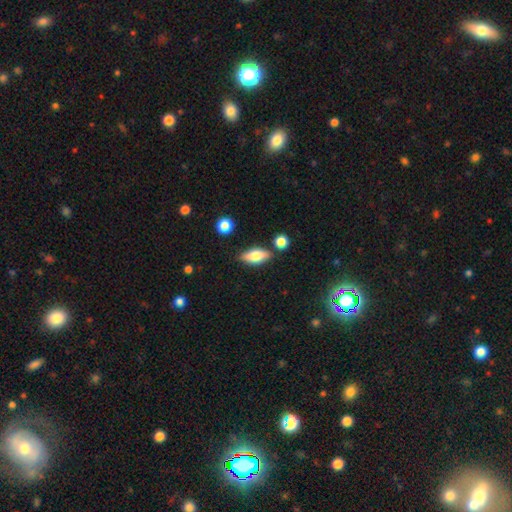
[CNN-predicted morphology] This is likely a smooth galaxy (70%). How rounded: likely in between (79%). Merging: likely none (80%).